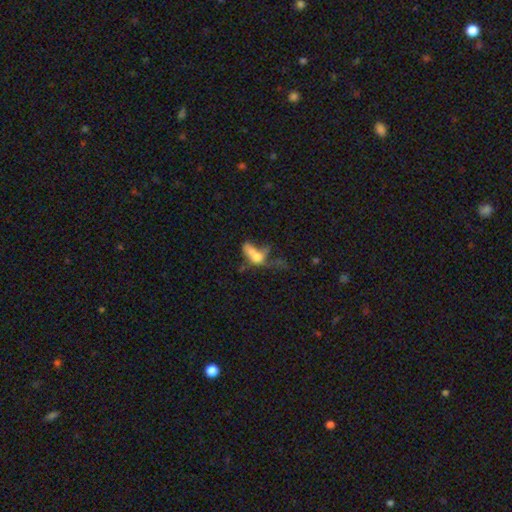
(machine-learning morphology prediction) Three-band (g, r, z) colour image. It shows a smooth galaxy with no disk features (49%). Merging: major disturbance (38%).